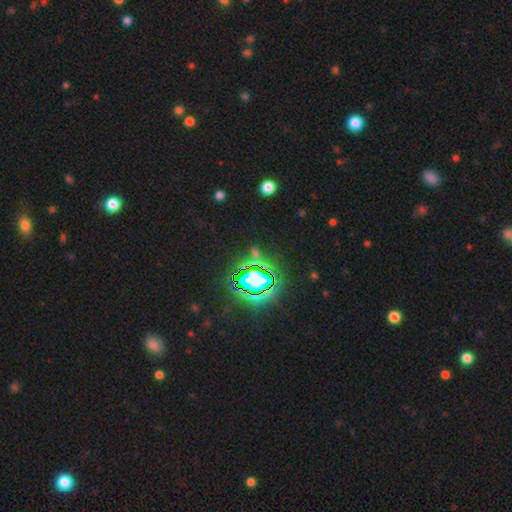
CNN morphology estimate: A star or artifact, not a galaxy (74%).

Vote fractions:
- Smooth or featured? star or artifact: 74% / smooth: 16% / featured or disk: 9%